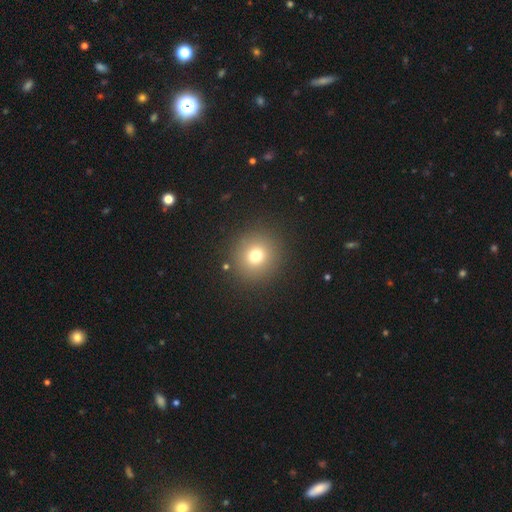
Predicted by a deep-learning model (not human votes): This appears to be a smooth galaxy with no disk features (75%) that is round (92%). Merging: none (89%).